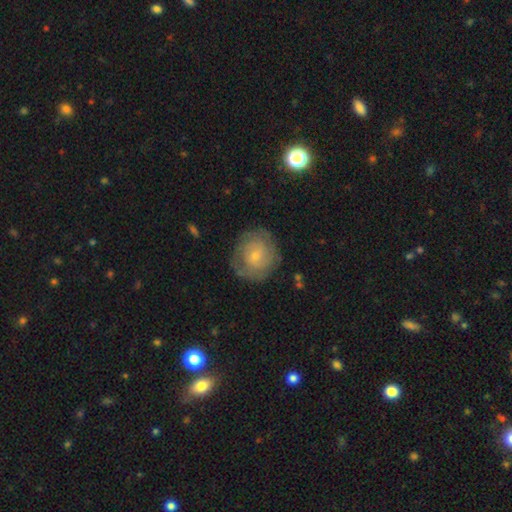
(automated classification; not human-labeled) smooth-or-featured: featured or disk: 47% | smooth: 46% | star or artifact: 8%
  merging: none: 75% | minor disturbance: 17% | major disturbance: 7% | merger: 1%